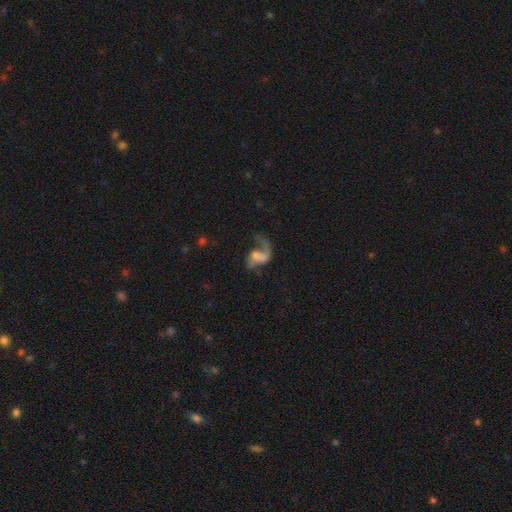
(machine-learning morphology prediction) A featured or disk galaxy (73%) with no bar (52%), 2 (52%) loose (76%) spiral arms (84%) and a small central bulge (35%).

Vote fractions:
- Smooth or featured? featured or disk: 73% / smooth: 17% / star or artifact: 10%
- Edge-on disk? no: 97% / yes: 3%
- Bar? no: 52% / weak: 34% / strong: 14%
- Spiral arms? yes: 84% / no: 16%
- Spiral winding? loose: 76% / medium: 20% / tight: 5%
- Spiral arm count? 2: 52% / 1: 42% / can't tell: 3% / 3: 1% / 4: 1% / more than 4: 1%
- Bulge size? small: 35% / none: 33% / moderate: 23% / large: 7% / dominant: 2%
- Merging? major disturbance: 41% / none: 35% / minor disturbance: 15% / merger: 8%